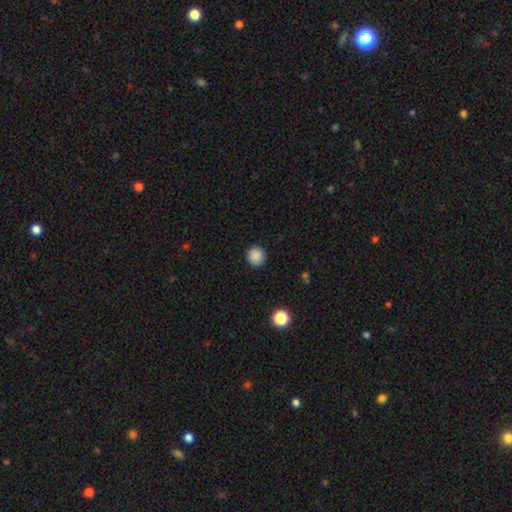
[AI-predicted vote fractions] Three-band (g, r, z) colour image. It shows a smooth galaxy with no disk features (88%) that is round (94%). Merging: none (92%).